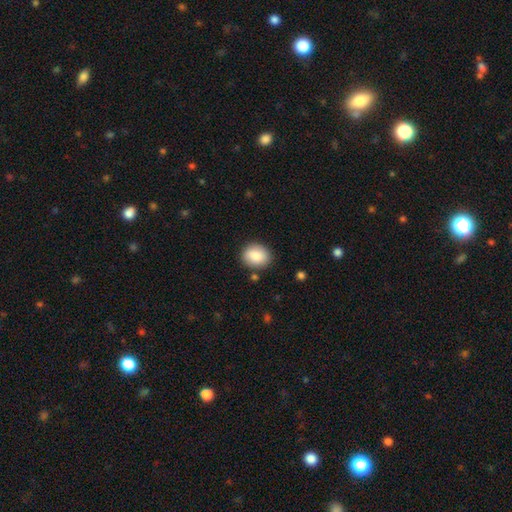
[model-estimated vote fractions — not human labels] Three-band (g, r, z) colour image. It shows a smooth galaxy with no disk features (86%) that is round (56%). Merging: none (84%).